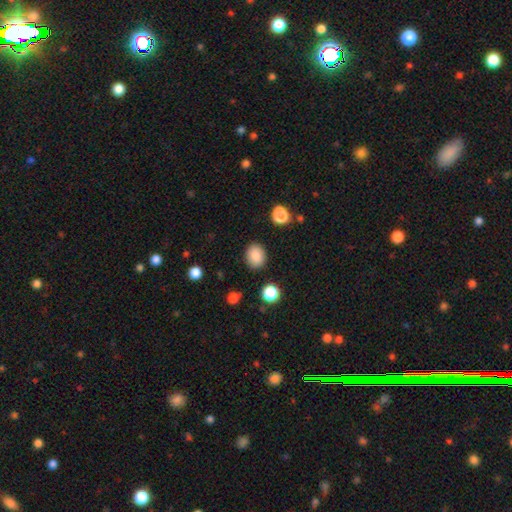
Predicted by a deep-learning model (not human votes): A smooth galaxy with no disk features (86%) that is round (53%). Merging: none (87%).